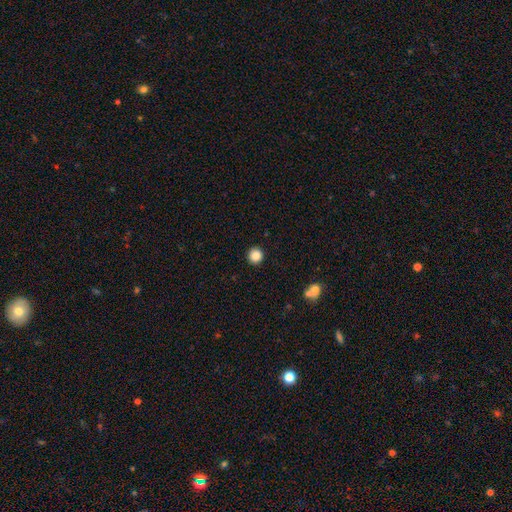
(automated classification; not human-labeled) smooth-or-featured: smooth: 87% | star or artifact: 10% | featured or disk: 3%
  how-rounded: round: 93% | in between: 6% | cigar-shaped: 1%
  merging: none: 93% | minor disturbance: 4% | major disturbance: 2% | merger: 1%